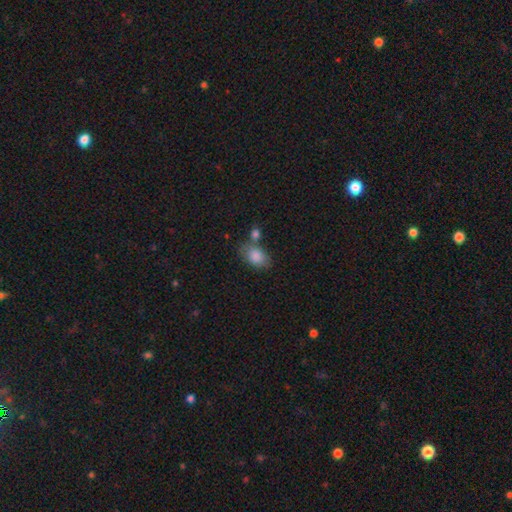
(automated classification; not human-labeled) This is clearly a smooth galaxy (86%). How rounded: clearly in between (81%). Merging: possibly none (49%).